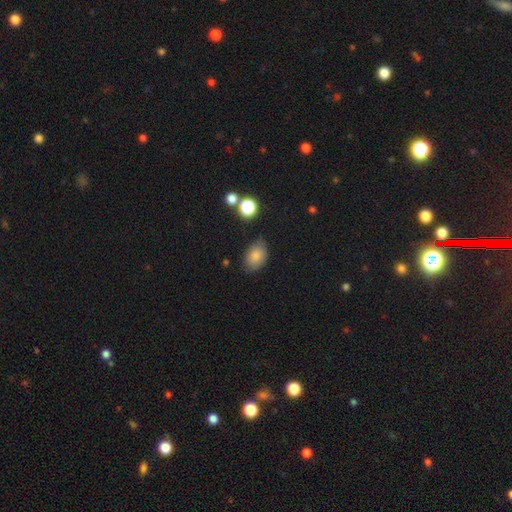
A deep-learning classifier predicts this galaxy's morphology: The model was most divided on "merging": none: 75%, minor disturbance: 18%, major disturbance: 4%, merger: 2%. More confident: smooth or featured — smooth (83%); how rounded — in between (82%).